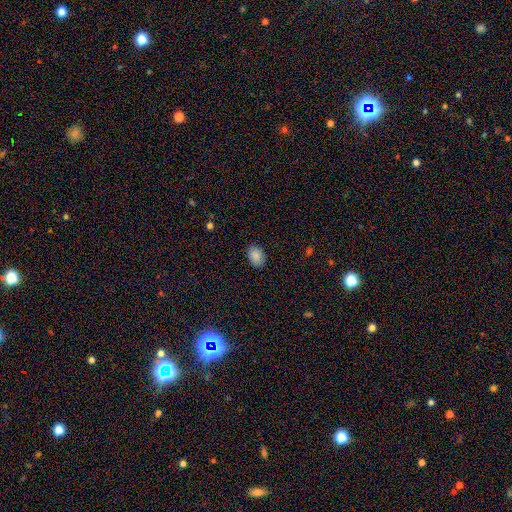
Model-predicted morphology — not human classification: Overall: smooth (87%). How rounded: in between (77%). Merging: none (88%).